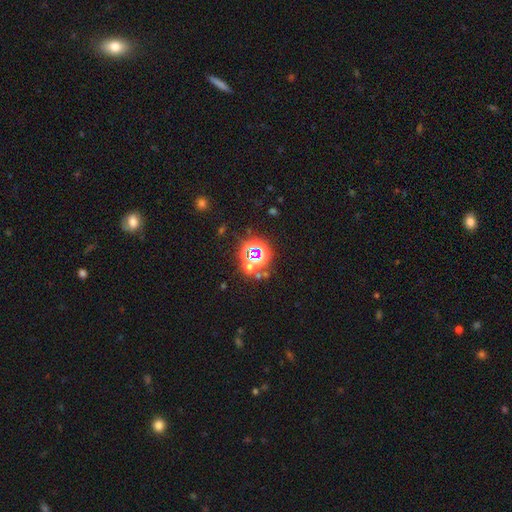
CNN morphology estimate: smooth_or_featured: star or artifact (p=0.68) [alt: smooth p=0.21]